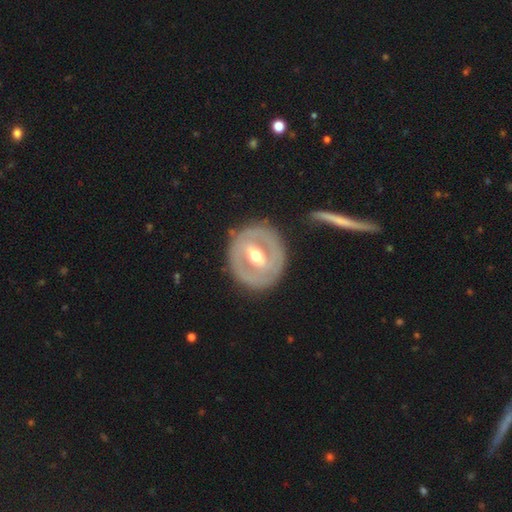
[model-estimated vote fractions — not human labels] A featured or disk galaxy (69%) with a strong bar (40%), no spiral arms (70%) and a moderate central bulge (75%).

Vote fractions:
- Smooth or featured? featured or disk: 69% / smooth: 27% / star or artifact: 5%
- Edge-on disk? no: 94% / yes: 6%
- Bar? strong: 40% / weak: 38% / no: 21%
- Spiral arms? no: 70% / yes: 30%
- Bulge size? moderate: 75% / small: 13% / large: 10% / dominant: 1% / none: 1%
- Merging? none: 81% / minor disturbance: 12% / major disturbance: 5% / merger: 2%